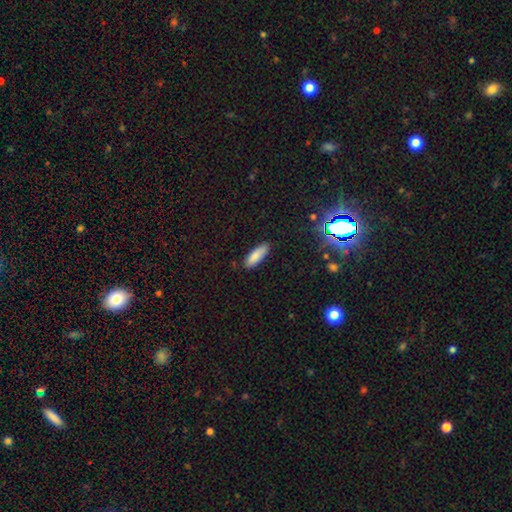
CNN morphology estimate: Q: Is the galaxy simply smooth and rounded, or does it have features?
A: smooth — 85%.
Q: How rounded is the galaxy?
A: in between — 60%.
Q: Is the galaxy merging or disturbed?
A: none — 85%.